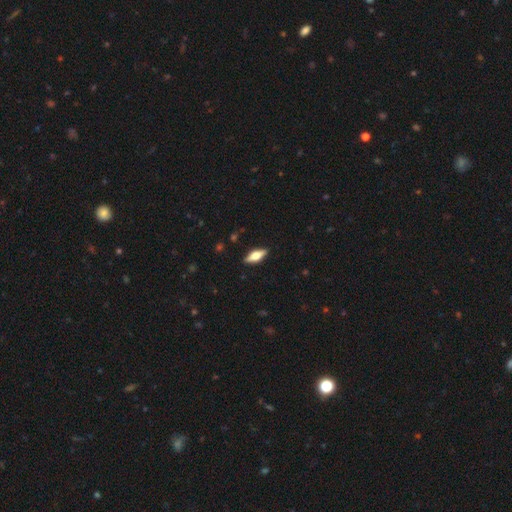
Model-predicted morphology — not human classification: Smooth or featured? featured or disk (52%)
Edge-on disk? yes (93%)
Merging? none (89%)